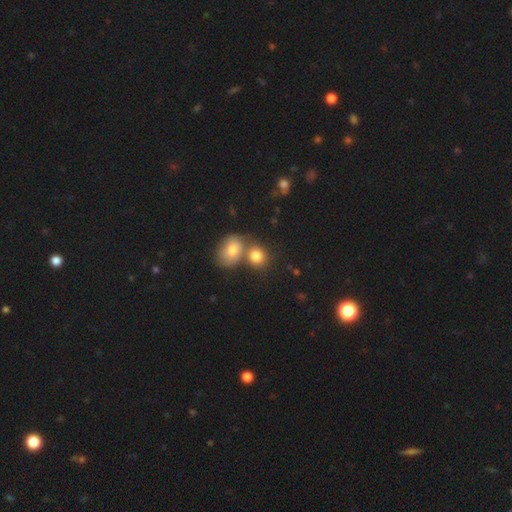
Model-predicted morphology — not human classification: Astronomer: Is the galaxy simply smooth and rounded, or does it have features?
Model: smooth — 79%.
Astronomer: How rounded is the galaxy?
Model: round — 67%.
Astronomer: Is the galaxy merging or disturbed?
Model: merger — 47% (runner-up: none, 41%).